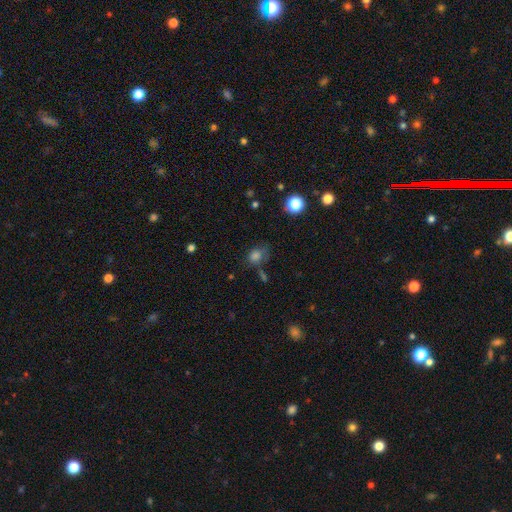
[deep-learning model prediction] Smooth or featured? smooth (78%)
How rounded? in between (54%)
Merging? none (49%)